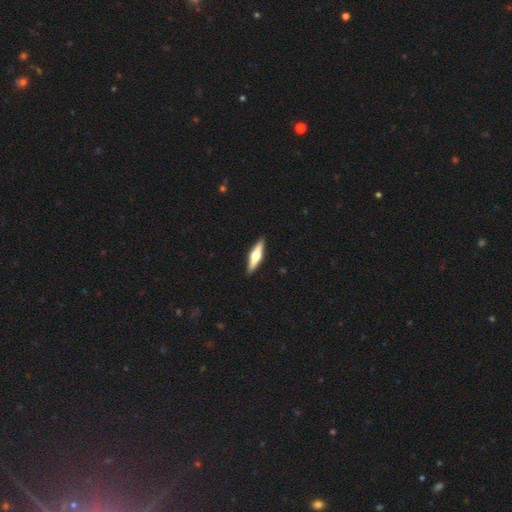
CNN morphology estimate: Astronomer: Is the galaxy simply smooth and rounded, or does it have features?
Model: featured or disk — 58% (runner-up: smooth, 37%).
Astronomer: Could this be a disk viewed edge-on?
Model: yes — 96%.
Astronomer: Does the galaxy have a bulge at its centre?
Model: rounded — 93%.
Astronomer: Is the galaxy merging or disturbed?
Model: none — 91%.